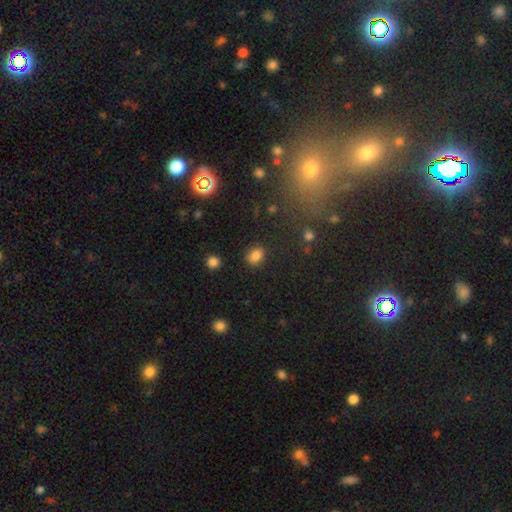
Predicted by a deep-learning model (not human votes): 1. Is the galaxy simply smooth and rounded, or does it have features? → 83% smooth, 12% star or artifact, 6% featured or disk.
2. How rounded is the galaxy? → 63% in between, 36% round, 2% cigar-shaped.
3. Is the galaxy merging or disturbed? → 84% none, 11% minor disturbance, 3% major disturbance, 2% merger.